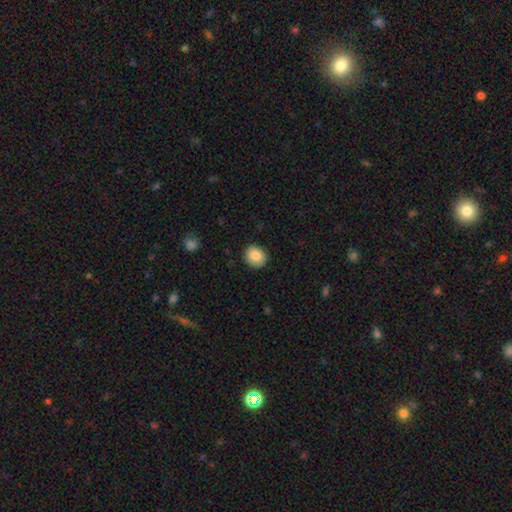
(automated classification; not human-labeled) Morphology: type=smooth (85%); roundness=round (75%); merging=none (89%).